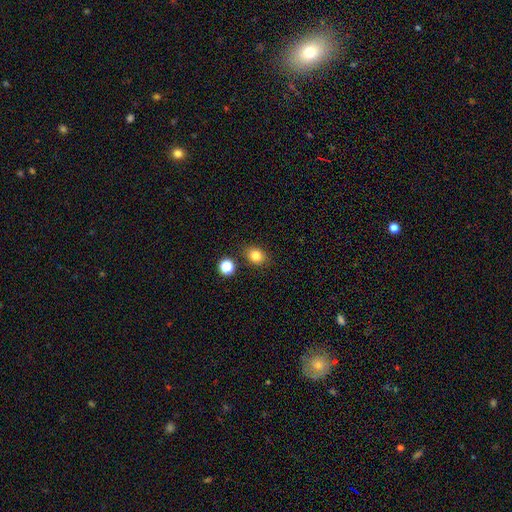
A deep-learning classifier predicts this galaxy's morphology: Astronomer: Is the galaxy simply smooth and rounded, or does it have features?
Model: smooth — 82%.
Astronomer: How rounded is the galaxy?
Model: round — 54% (runner-up: in between, 45%).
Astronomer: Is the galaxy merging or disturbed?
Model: none — 83%.